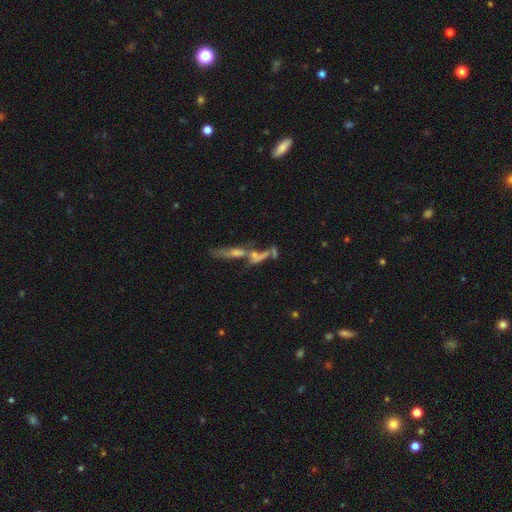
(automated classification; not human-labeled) Smooth or featured? featured or disk (53%)
Edge-on disk? no (54%)
Merging? merger (53%)